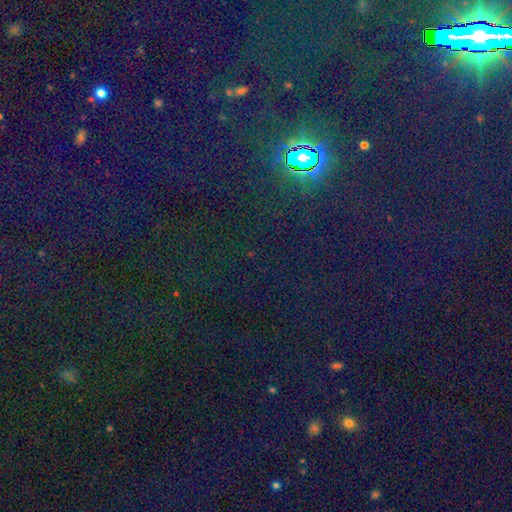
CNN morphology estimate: A star or artifact, not a galaxy (83%).